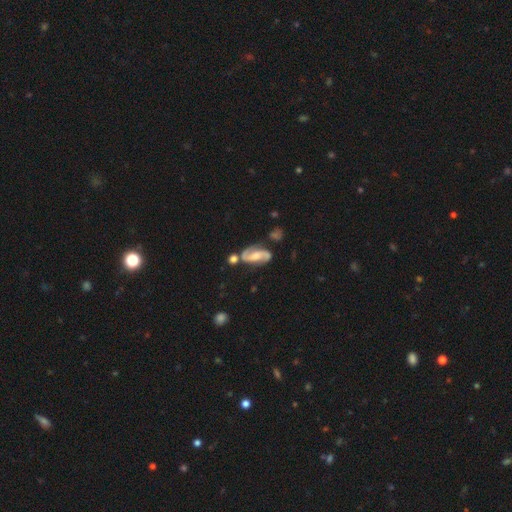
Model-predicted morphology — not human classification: The model was most divided on "bar": weak: 40%, no: 39%, strong: 21%. Remaining: spiral arms — yes (97%); edge-on disk — no (96%); spiral arm count — 2 (93%); smooth or featured — featured or disk (85%); merging — none (64%); spiral winding — medium (51%); bulge size — moderate (40%).